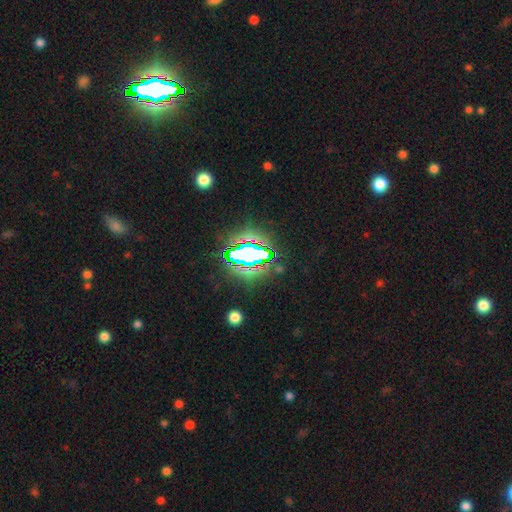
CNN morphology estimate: type=star or artifact (82%).